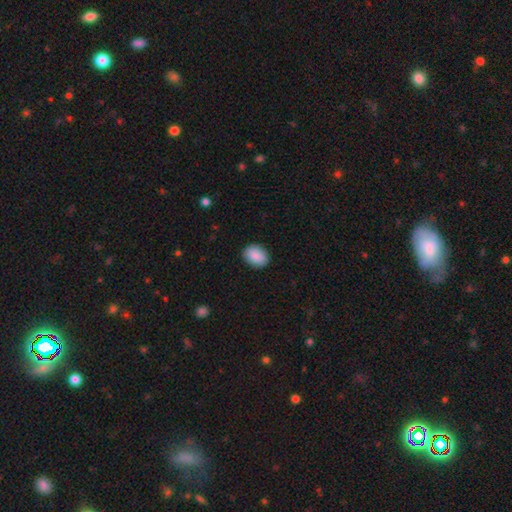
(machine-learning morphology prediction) Smooth or featured? smooth (90%)
How rounded? in between (71%)
Merging? none (89%)